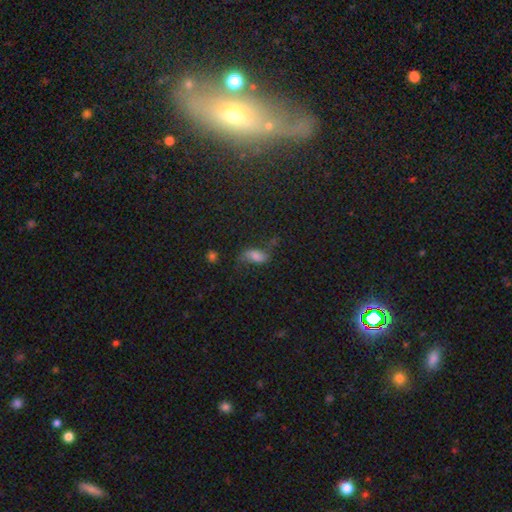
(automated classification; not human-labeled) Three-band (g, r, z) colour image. It shows a smooth galaxy with no disk features (50%) that is in between round and cigar-shaped (84%). Merging: none (47%).